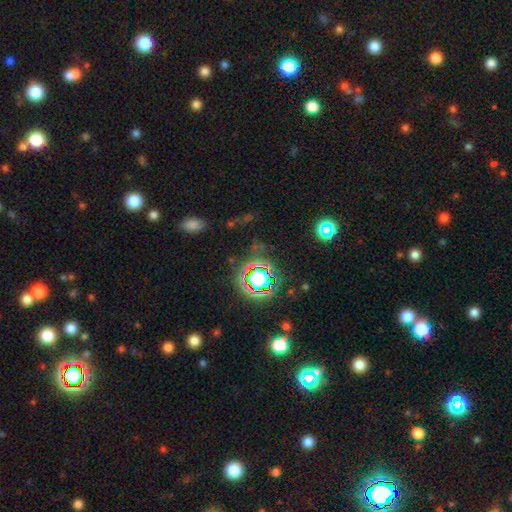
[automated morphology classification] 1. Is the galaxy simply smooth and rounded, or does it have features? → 75% star or artifact, 16% smooth, 9% featured or disk.